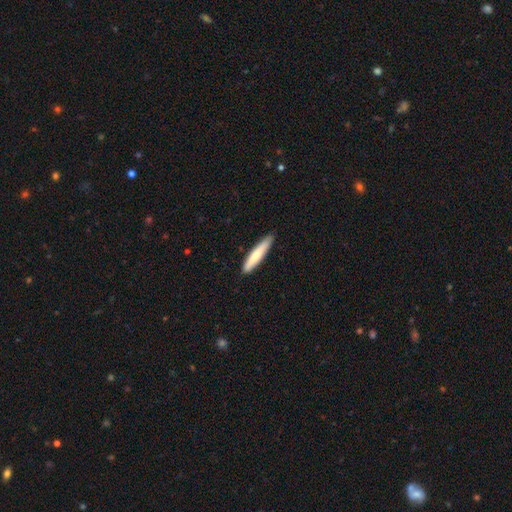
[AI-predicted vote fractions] smooth-or-featured: smooth: 71% | featured or disk: 24% | star or artifact: 5%
  how-rounded: cigar-shaped: 89% | in between: 9% | round: 1%
  merging: none: 87% | minor disturbance: 10% | major disturbance: 2% | merger: 1%